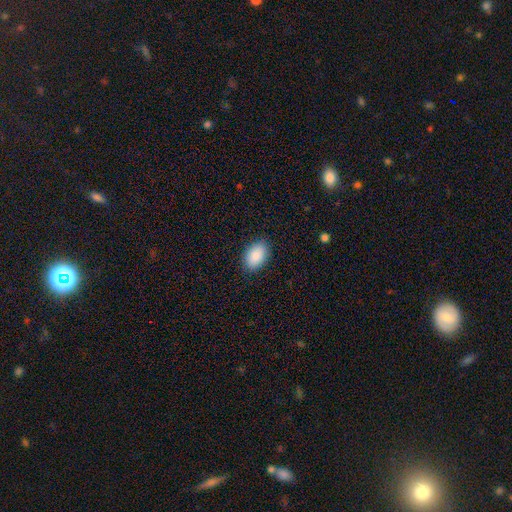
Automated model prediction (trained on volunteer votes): Smooth or featured: smooth — 91% (star or artifact — 6%)
How rounded: in between — 91% (round — 8%)
Merging: none — 89% (minor disturbance — 8%)